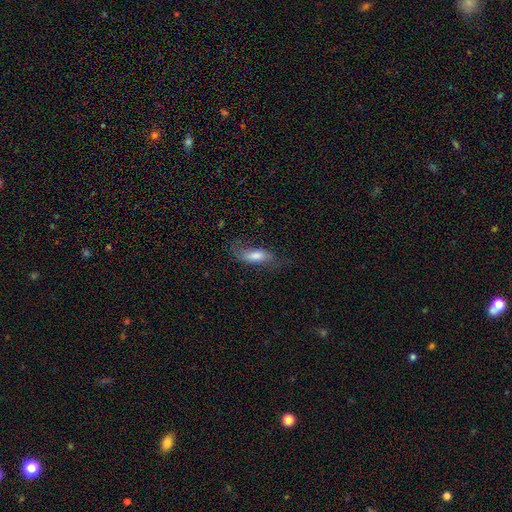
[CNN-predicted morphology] A smooth galaxy with no disk features (59%) that is in between round and cigar-shaped (68%). Merging: none (54%).